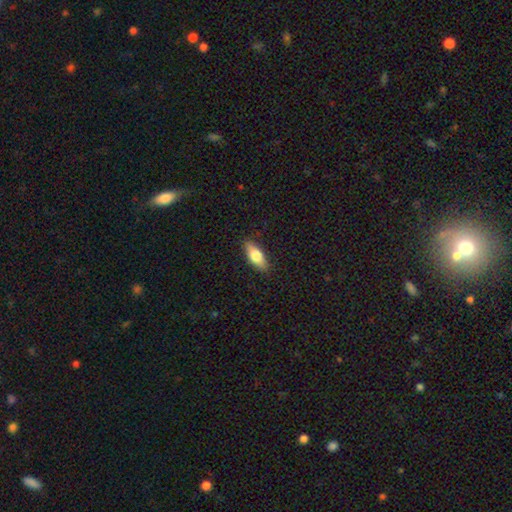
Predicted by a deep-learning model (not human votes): Smooth or featured? Predicted: smooth (p=0.76). How rounded? Predicted: in between (p=0.77). Merging? Predicted: none (p=0.88).